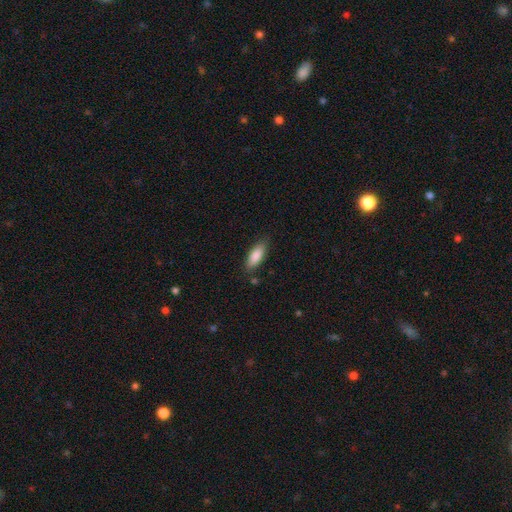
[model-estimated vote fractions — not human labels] Smooth or featured? smooth (85%)
How rounded? in between (69%)
Merging? none (83%)